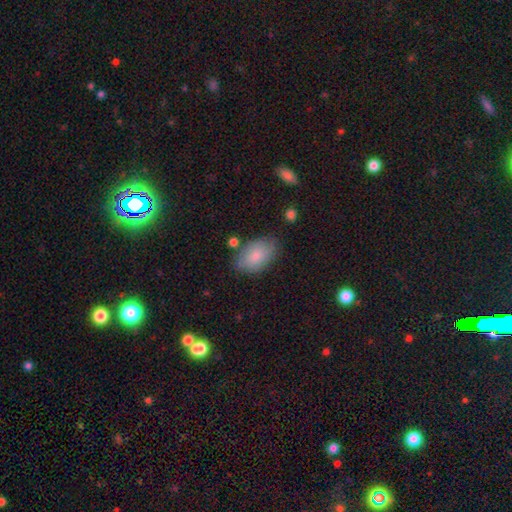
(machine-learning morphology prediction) Smooth or featured?
  - smooth: 80% *
  - featured or disk: 13%
  - star or artifact: 6%
How rounded?
  - in between: 91% *
  - round: 7%
  - cigar-shaped: 1%
Merging?
  - none: 73% *
  - minor disturbance: 19%
  - major disturbance: 4%
  - merger: 4%